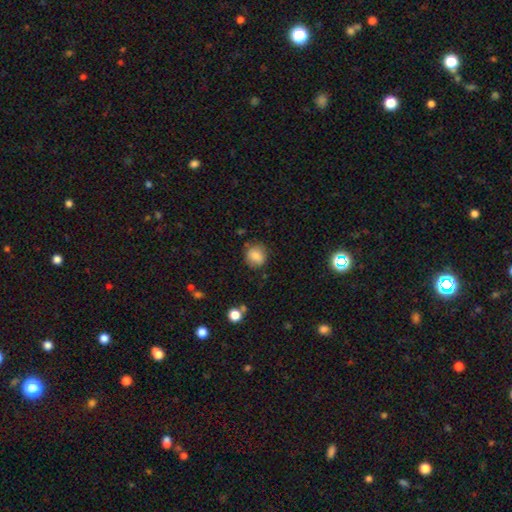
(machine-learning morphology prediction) The model was most divided on "how rounded": round: 75%, in between: 24%, cigar-shaped: 1%. More confident: smooth or featured — smooth (83%); merging — none (78%).